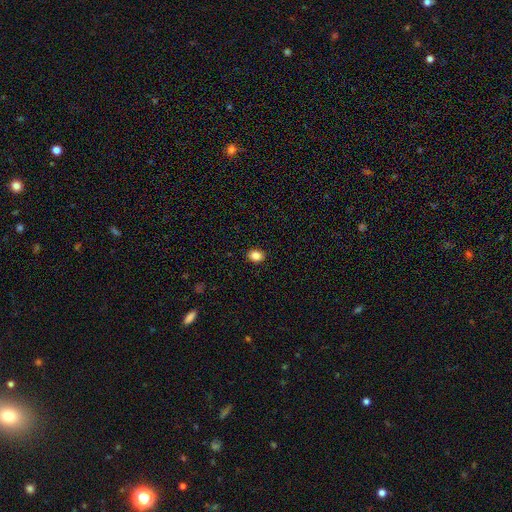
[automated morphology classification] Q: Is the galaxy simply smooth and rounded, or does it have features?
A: smooth — 84%.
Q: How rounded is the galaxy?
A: in between — 55%.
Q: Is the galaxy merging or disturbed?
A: none — 90%.